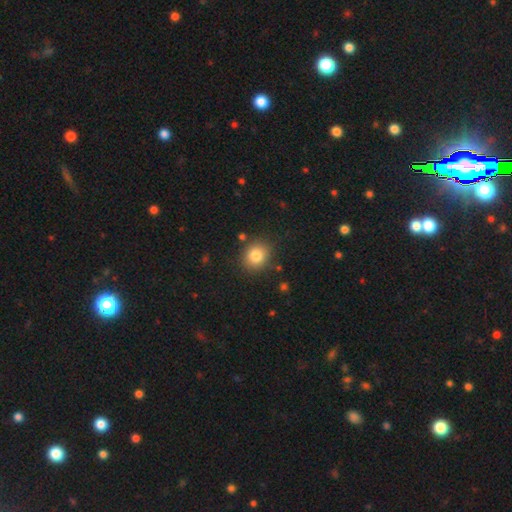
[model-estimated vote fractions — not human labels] Smooth or featured?
  - smooth: 83% *
  - star or artifact: 10%
  - featured or disk: 7%
How rounded?
  - round: 71% *
  - in between: 28%
  - cigar-shaped: 1%
Merging?
  - none: 86% *
  - minor disturbance: 9%
  - major disturbance: 3%
  - merger: 3%